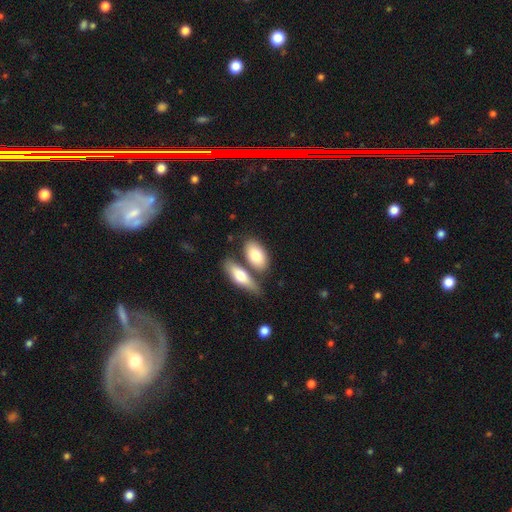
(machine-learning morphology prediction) Smooth or featured? Predicted: smooth (p=0.77). How rounded? Predicted: in between (p=0.89). Merging? Predicted: none (p=0.52).